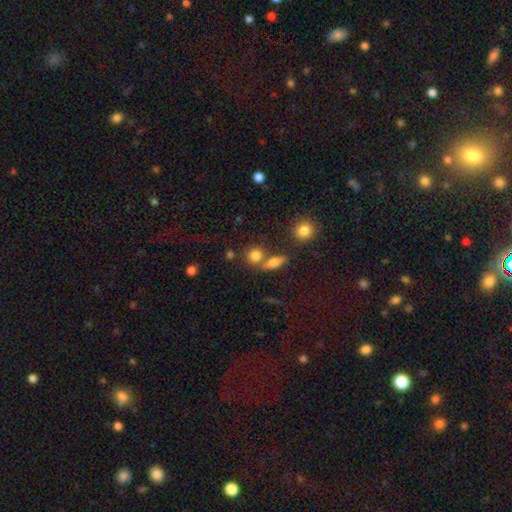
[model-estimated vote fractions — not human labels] This appears to be a smooth galaxy with no disk features (78%) that is round (75%). Merging: none (61%).